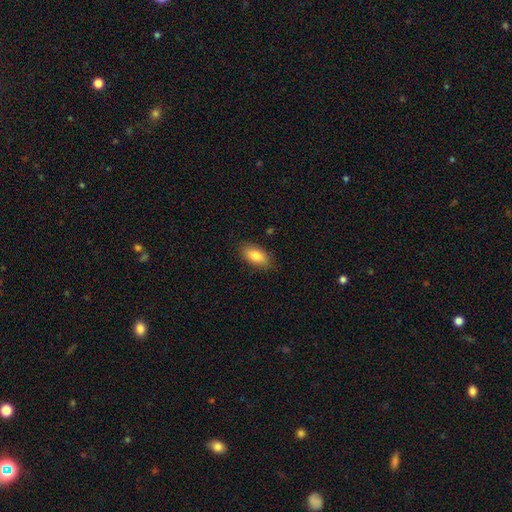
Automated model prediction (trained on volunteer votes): Smooth or featured?
  - smooth: 84% *
  - featured or disk: 9%
  - star or artifact: 7%
How rounded?
  - in between: 90% *
  - cigar-shaped: 6%
  - round: 4%
Merging?
  - none: 86% *
  - minor disturbance: 11%
  - major disturbance: 2%
  - merger: 1%